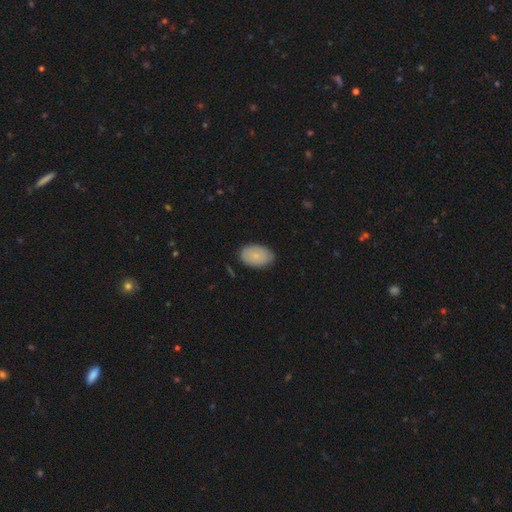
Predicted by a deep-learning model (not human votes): smooth 79%, featured or disk 14%, star or artifact 6%. Down the decision tree: how rounded — in between (88%); merging — none (80%).